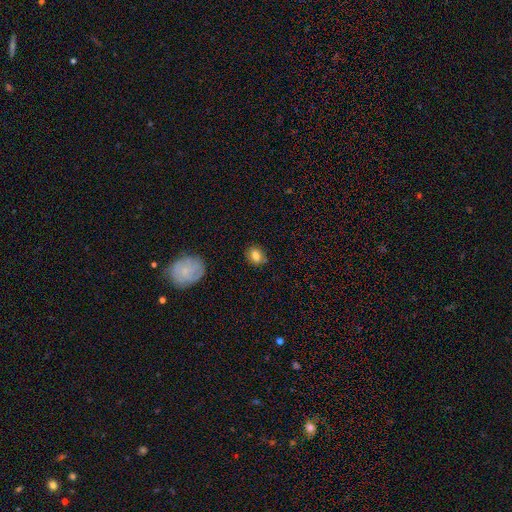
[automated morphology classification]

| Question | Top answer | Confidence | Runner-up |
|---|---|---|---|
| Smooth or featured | smooth | 80% | featured or disk (11%) |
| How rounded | in between | 52% | round (47%) |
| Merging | none | 82% | minor disturbance (12%) |